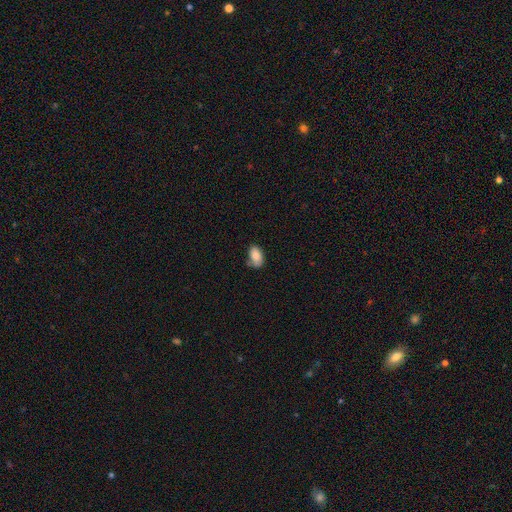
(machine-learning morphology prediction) This is clearly a smooth galaxy (83%). How rounded: clearly in between (92%). Merging: likely none (62%).